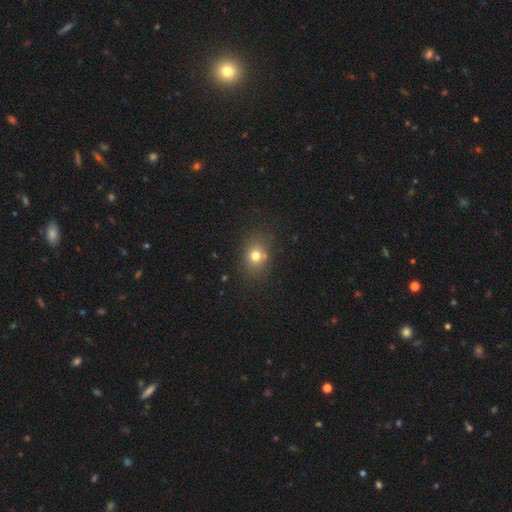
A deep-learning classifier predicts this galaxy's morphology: Smooth or featured? smooth (74%)
How rounded? round (57%)
Merging? none (76%)